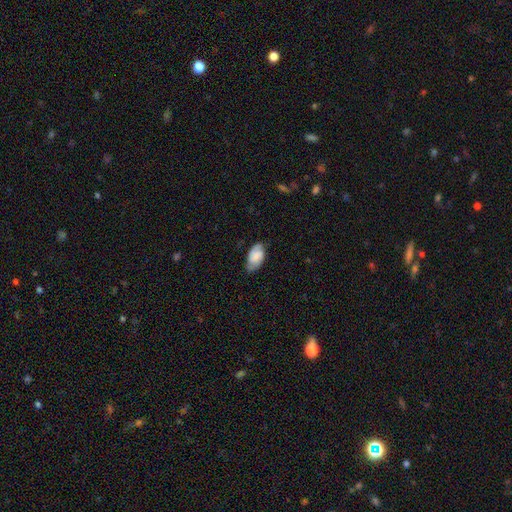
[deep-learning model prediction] smooth 67%, featured or disk 26%, star or artifact 8%. Down the decision tree: how rounded — in between (94%); merging — none (69%).